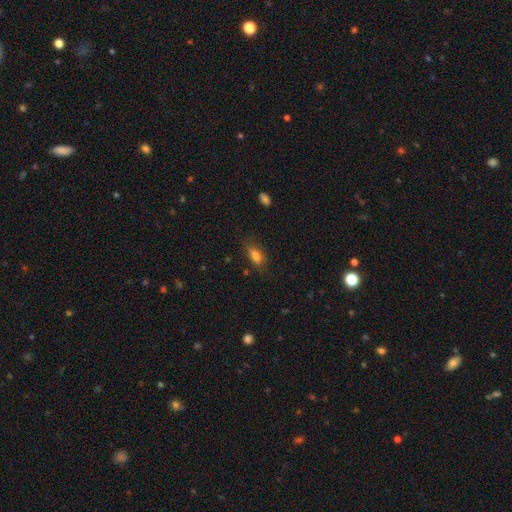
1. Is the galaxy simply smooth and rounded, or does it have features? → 92% smooth, 5% featured or disk, 3% star or artifact.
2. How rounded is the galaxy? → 75% in between, 22% cigar-shaped, 3% round.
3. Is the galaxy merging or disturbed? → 63% none, 24% minor disturbance, 11% major disturbance, 3% merger.